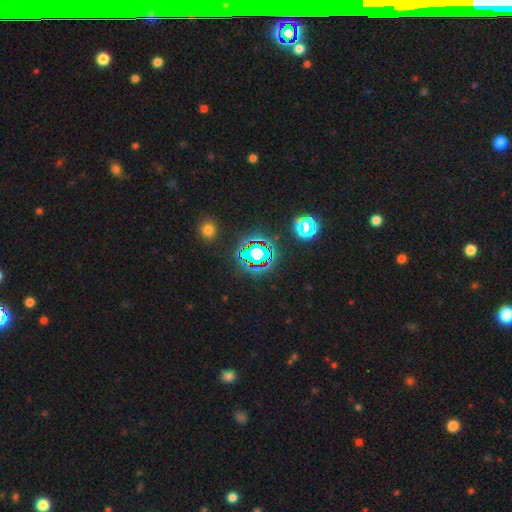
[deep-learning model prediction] Smooth or featured? Predicted: star or artifact (p=0.71).